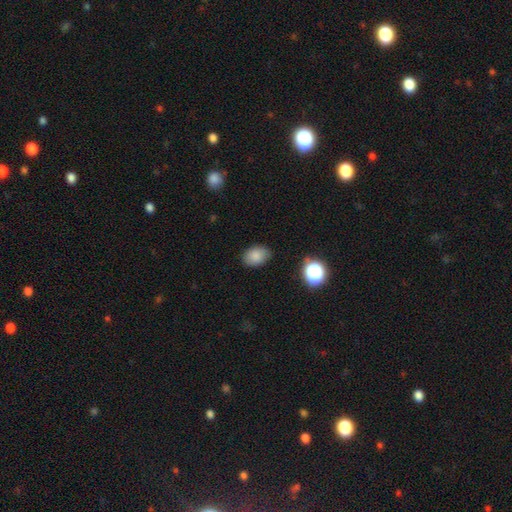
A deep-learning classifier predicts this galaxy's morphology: Smooth or featured? Predicted: smooth (p=0.84). How rounded? Predicted: in between (p=0.77). Merging? Predicted: none (p=0.82).